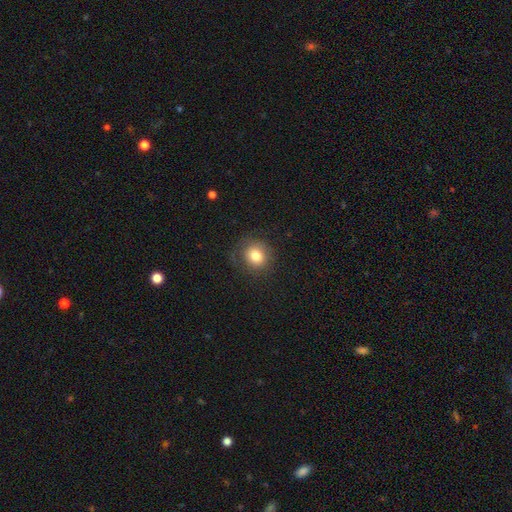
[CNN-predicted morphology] A smooth galaxy with no disk features (79%) that is round (86%).

Vote fractions:
- Smooth or featured? smooth: 79% / star or artifact: 10% / featured or disk: 10%
- How rounded? round: 86% / in between: 13% / cigar-shaped: 1%
- Merging? none: 78% / minor disturbance: 14% / major disturbance: 7% / merger: 1%